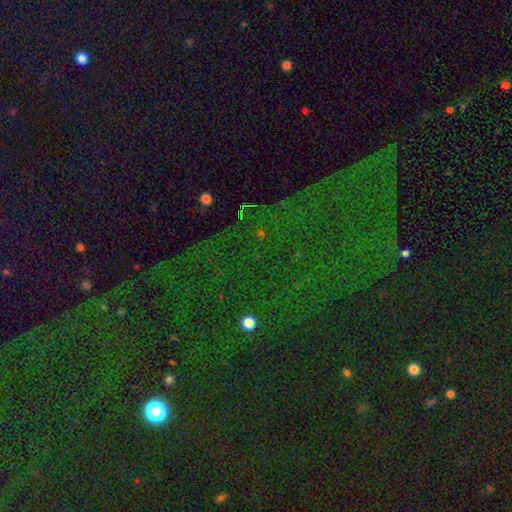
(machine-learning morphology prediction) Smooth or featured? star or artifact (81%)